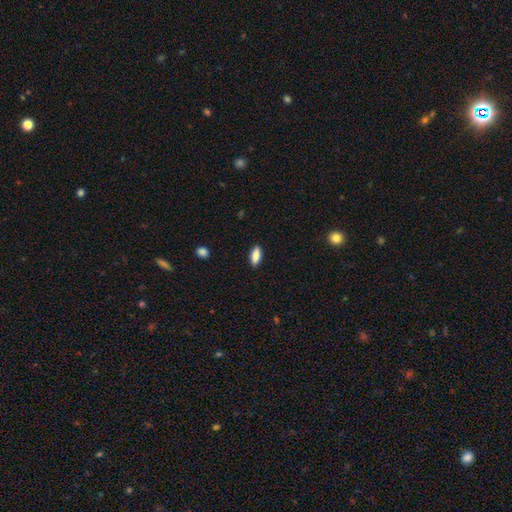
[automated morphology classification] This is clearly a smooth galaxy (84%). How rounded: likely in between (75%). Merging: clearly none (89%).